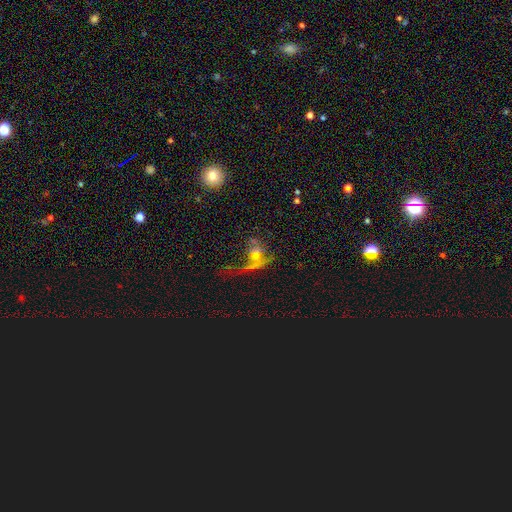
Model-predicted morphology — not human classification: Smooth or featured? Predicted: featured or disk (p=0.44). Merging? Predicted: major disturbance (p=0.33).